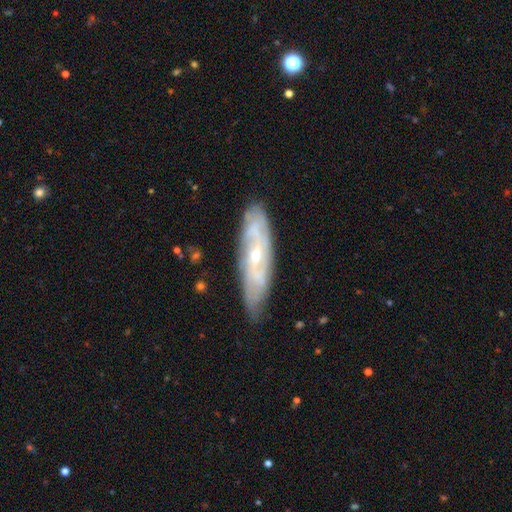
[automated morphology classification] This is likely a featured or disk galaxy (77%). It is likely not viewed edge-on (76%). Bar: marginally no (44%). Spiral arm pattern: clearly yes (87%). Spiral arm count: marginally can't tell (45%). Spiral winding: possibly tight (52%). Central bulge: possibly small (59%). Merging: likely none (77%).